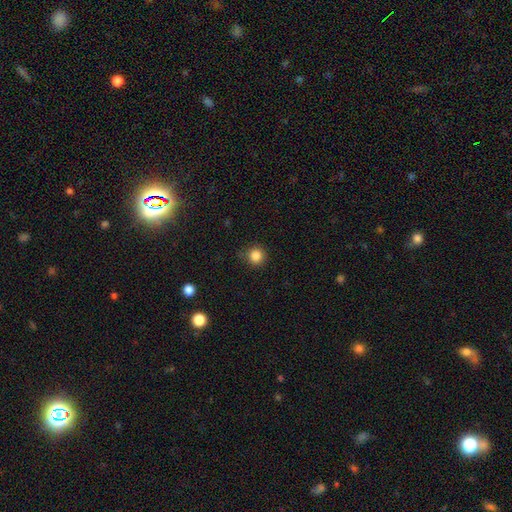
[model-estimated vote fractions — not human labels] A smooth galaxy with no disk features (84%) that is round (95%).

Vote fractions:
- Smooth or featured? smooth: 84% / star or artifact: 12% / featured or disk: 4%
- How rounded? round: 95% / in between: 4% / cigar-shaped: 1%
- Merging? none: 88% / minor disturbance: 8% / major disturbance: 2% / merger: 1%